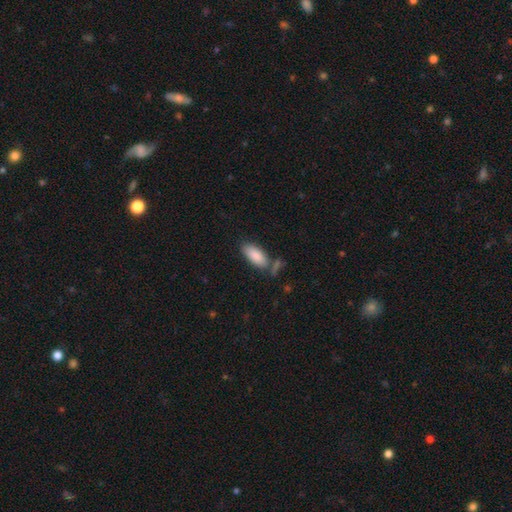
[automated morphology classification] A smooth galaxy with no disk features (87%) that is in between round and cigar-shaped (86%).

Vote fractions:
- Smooth or featured? smooth: 87% / featured or disk: 7% / star or artifact: 6%
- How rounded? in between: 86% / cigar-shaped: 12% / round: 2%
- Merging? none: 66% / minor disturbance: 17% / merger: 12% / major disturbance: 5%